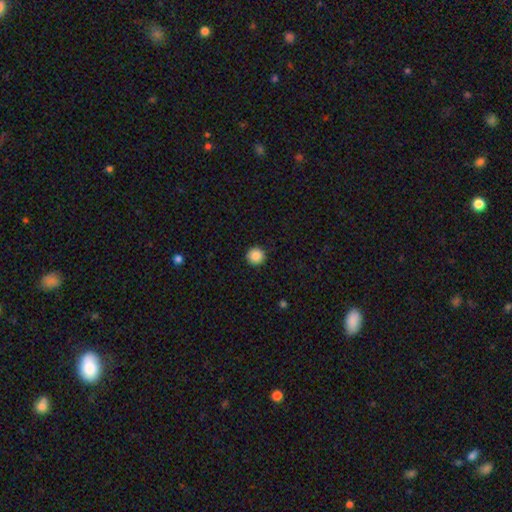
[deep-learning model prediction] Smooth or featured? Predicted: smooth (p=0.88). How rounded? Predicted: round (p=0.96). Merging? Predicted: none (p=0.93).